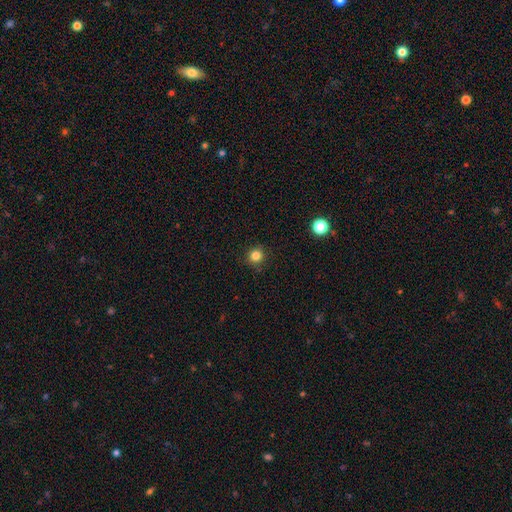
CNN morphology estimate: Overall: smooth (83%). How rounded: round (93%). Merging: none (90%).